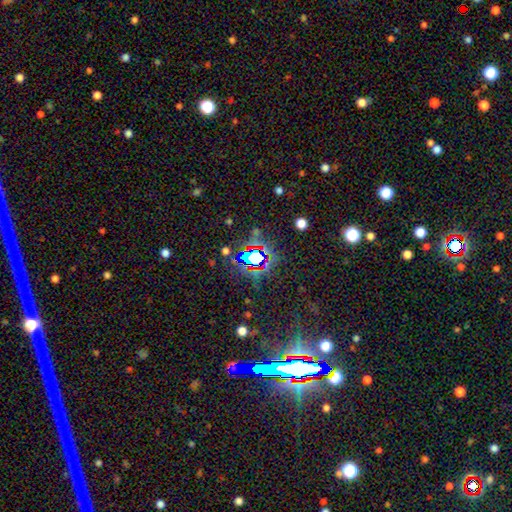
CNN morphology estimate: A star or artifact, not a galaxy (75%).